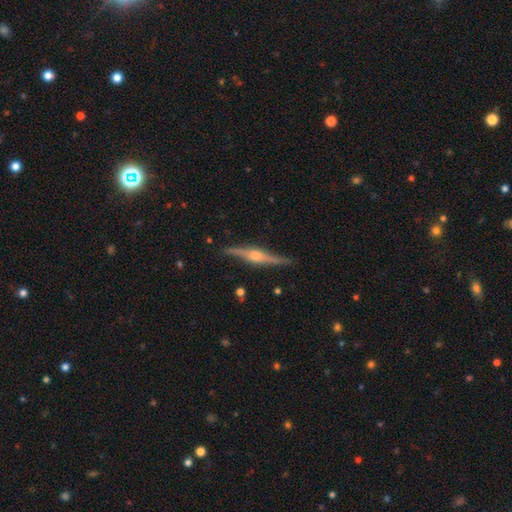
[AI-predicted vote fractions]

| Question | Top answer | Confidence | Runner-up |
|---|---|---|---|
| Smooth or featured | featured or disk | 86% | smooth (9%) |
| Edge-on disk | yes | 97% | no (3%) |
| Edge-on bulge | rounded | 87% | boxy (10%) |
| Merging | none | 87% | minor disturbance (10%) |